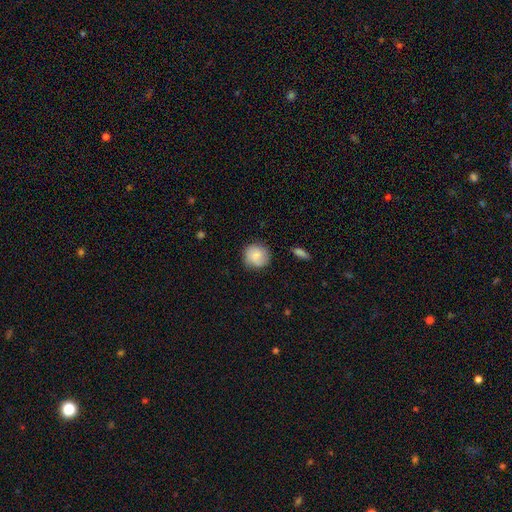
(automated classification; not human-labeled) This appears to be a smooth galaxy with no disk features (75%) that is round (90%). Merging: none (78%).